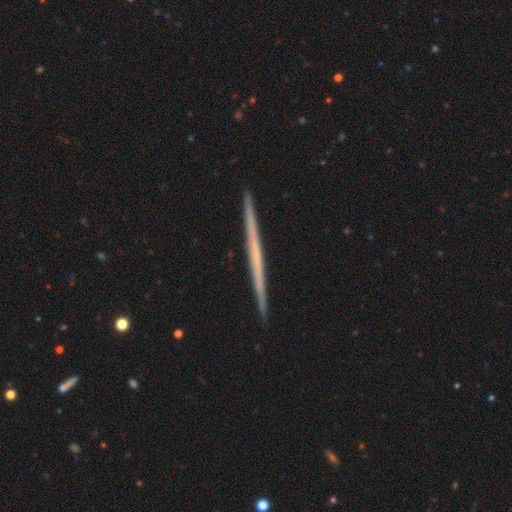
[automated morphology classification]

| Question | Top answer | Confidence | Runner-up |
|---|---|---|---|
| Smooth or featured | featured or disk | 66% | smooth (28%) |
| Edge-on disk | yes | 98% | no (2%) |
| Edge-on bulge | none | 89% | rounded (8%) |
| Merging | none | 93% | minor disturbance (5%) |